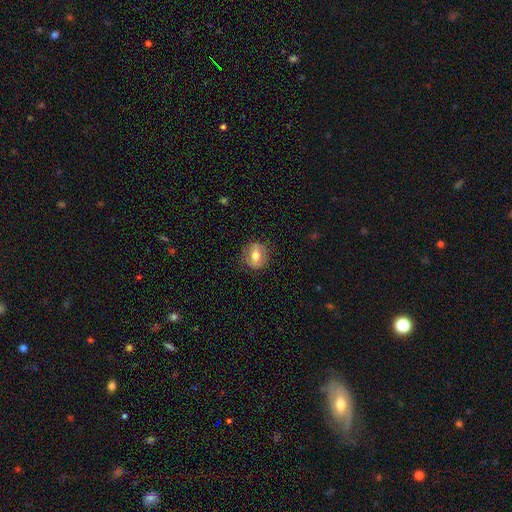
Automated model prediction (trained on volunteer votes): smooth 53%, featured or disk 39%, star or artifact 8%. Down the decision tree: how rounded — round (74%); merging — none (82%).